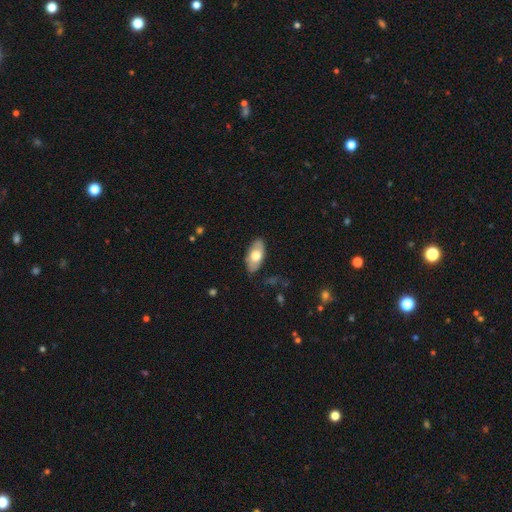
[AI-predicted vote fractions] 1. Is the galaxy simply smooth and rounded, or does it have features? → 65% smooth, 29% featured or disk, 5% star or artifact.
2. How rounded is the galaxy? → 92% in between, 5% cigar-shaped, 3% round.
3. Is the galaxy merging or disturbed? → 82% none, 14% minor disturbance, 3% major disturbance, 1% merger.